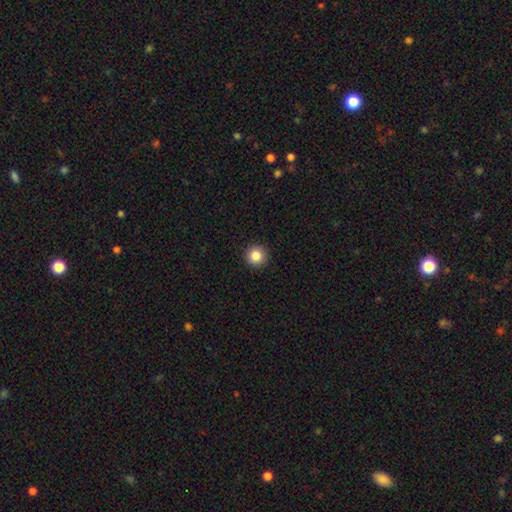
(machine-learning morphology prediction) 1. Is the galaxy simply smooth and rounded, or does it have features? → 84% smooth, 10% star or artifact, 5% featured or disk.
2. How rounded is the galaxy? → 95% round, 4% in between, 1% cigar-shaped.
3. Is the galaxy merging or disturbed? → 93% none, 5% minor disturbance, 2% major disturbance, 1% merger.